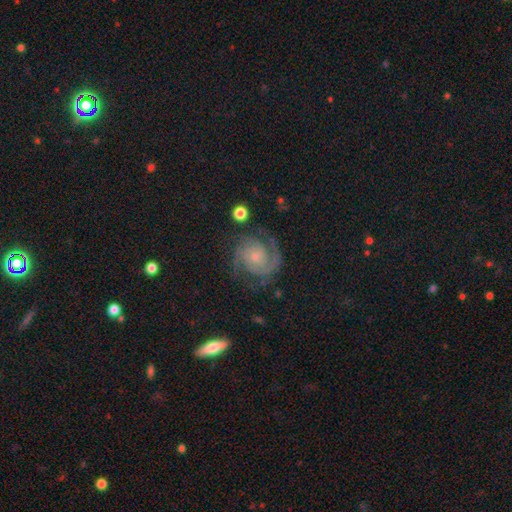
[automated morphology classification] This appears to be a featured or disk galaxy (82%) with no bar (72%), 2 (72%) tight (60%) spiral arms (97%) and a small central bulge (64%). Merging: none (78%).